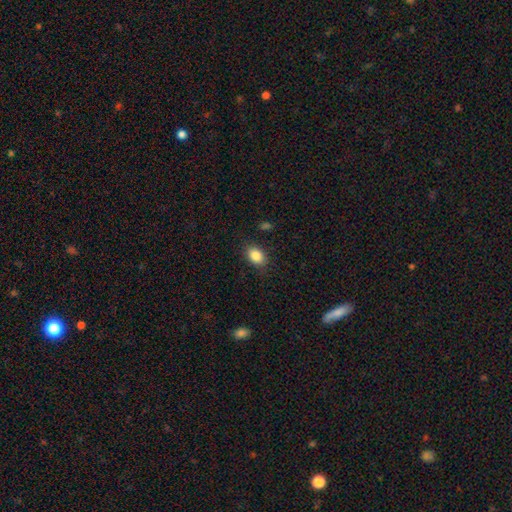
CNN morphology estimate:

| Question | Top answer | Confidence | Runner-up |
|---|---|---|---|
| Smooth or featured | smooth | 86% | star or artifact (9%) |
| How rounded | in between | 77% | round (22%) |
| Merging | none | 85% | minor disturbance (11%) |